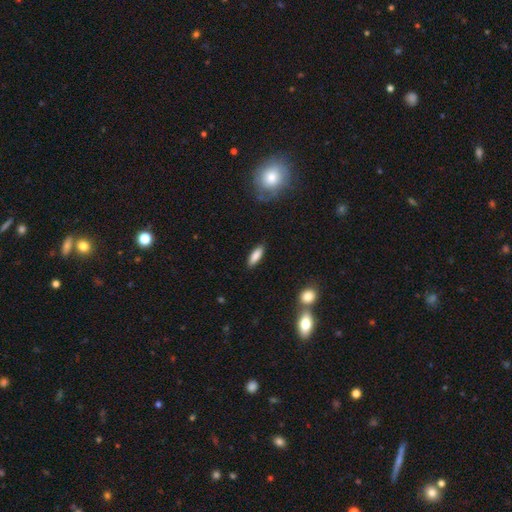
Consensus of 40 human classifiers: A smooth galaxy with no disk features (85%) that is in between round and cigar-shaped (74%). Merging: none (92%).